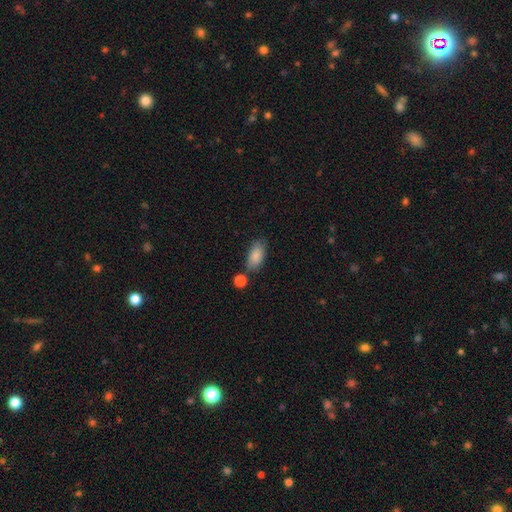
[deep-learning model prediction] This is clearly a smooth galaxy (84%). How rounded: clearly in between (90%). Merging: likely none (63%).